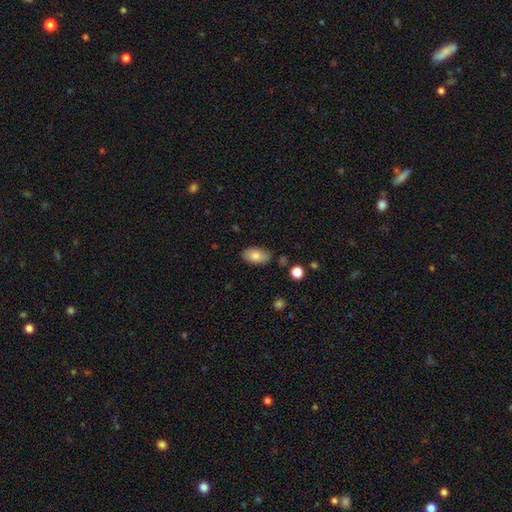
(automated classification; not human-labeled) The model was most divided on "merging": none: 77%, minor disturbance: 17%, major disturbance: 3%, merger: 3%. More confident: how rounded — in between (93%); smooth or featured — smooth (81%).